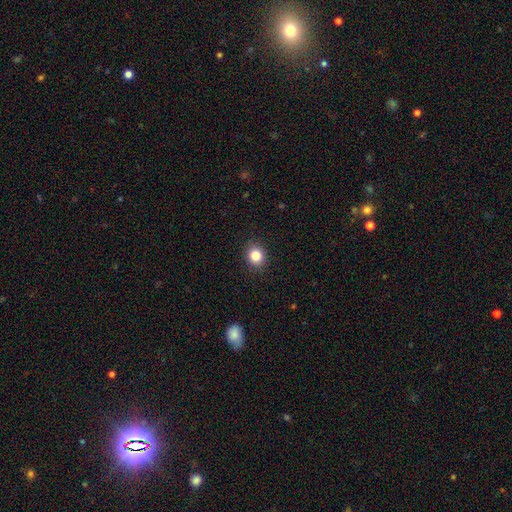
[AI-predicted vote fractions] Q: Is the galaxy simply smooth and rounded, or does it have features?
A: smooth — 84%.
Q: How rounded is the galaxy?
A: round — 73%.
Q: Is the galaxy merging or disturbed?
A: none — 90%.